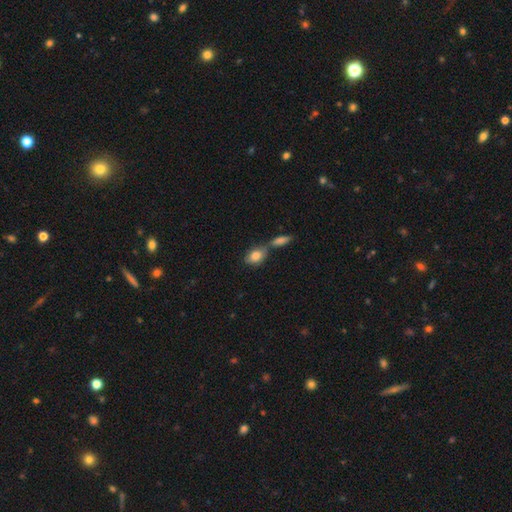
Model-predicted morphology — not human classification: Smooth or featured: smooth — 81% (featured or disk — 12%)
How rounded: in between — 76% (round — 21%)
Merging: merger — 42% (none — 40%)